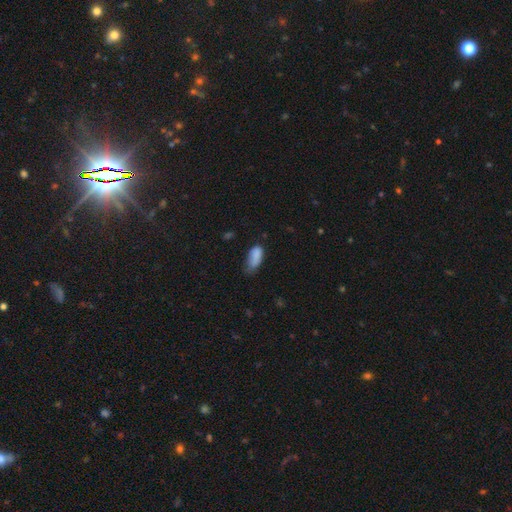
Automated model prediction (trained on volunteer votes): A smooth galaxy with no disk features (84%) that is in between round and cigar-shaped (88%).

Vote fractions:
- Smooth or featured? smooth: 84% / star or artifact: 9% / featured or disk: 7%
- How rounded? in between: 88% / cigar-shaped: 8% / round: 3%
- Merging? minor disturbance: 44% / none: 34% / major disturbance: 19% / merger: 3%